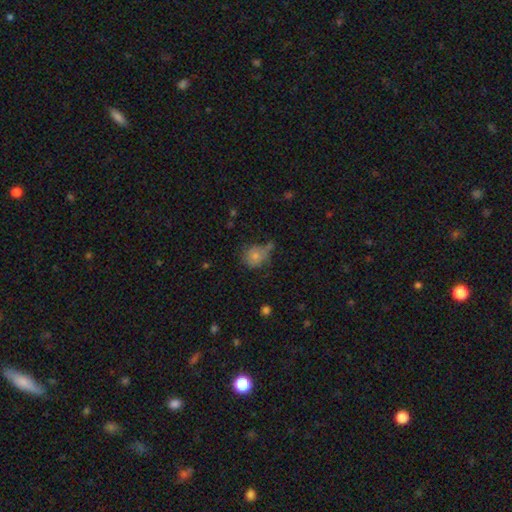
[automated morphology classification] Smooth or featured: smooth — 74% (featured or disk — 15%)
How rounded: round — 81% (in between — 18%)
Merging: none — 54% (minor disturbance — 24%)